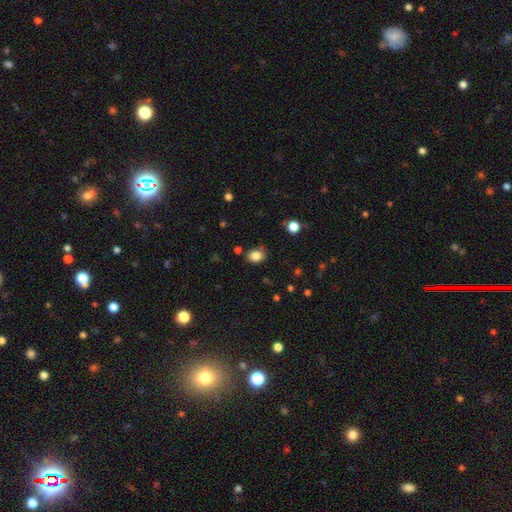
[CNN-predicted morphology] A smooth galaxy with no disk features (84%) that is in between round and cigar-shaped (54%). Merging: none (75%).